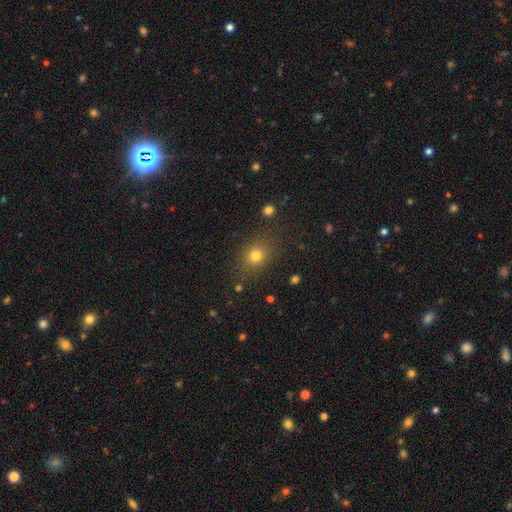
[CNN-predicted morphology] A smooth galaxy with no disk features (76%) that is round (63%). Merging: none (81%).